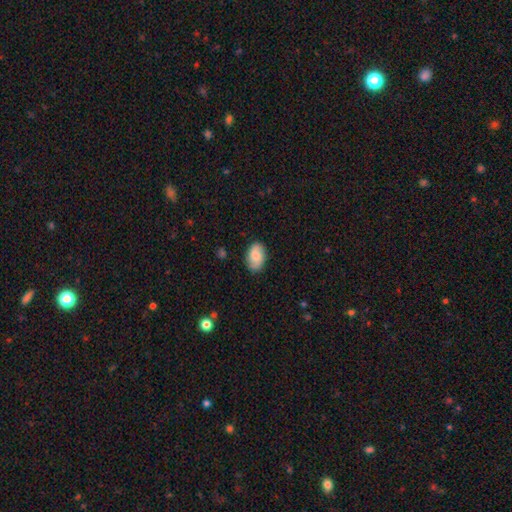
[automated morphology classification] smooth 75%, featured or disk 19%, star or artifact 7%. Down the decision tree: how rounded — in between (90%); merging — none (83%).